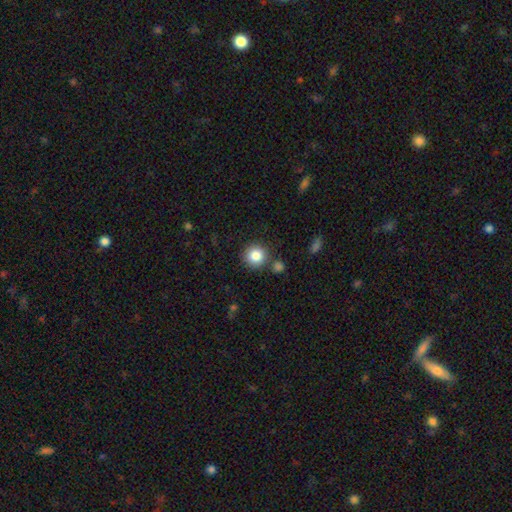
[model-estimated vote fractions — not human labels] Smooth or featured?
  - smooth: 85% *
  - star or artifact: 10%
  - featured or disk: 6%
How rounded?
  - round: 93% *
  - in between: 6%
  - cigar-shaped: 1%
Merging?
  - none: 81% *
  - minor disturbance: 8%
  - merger: 8%
  - major disturbance: 3%